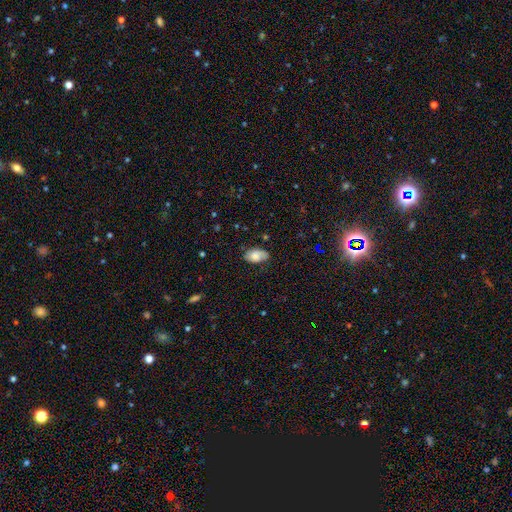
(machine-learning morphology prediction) type=smooth (73%); roundness=in between (93%); merging=none (69%).